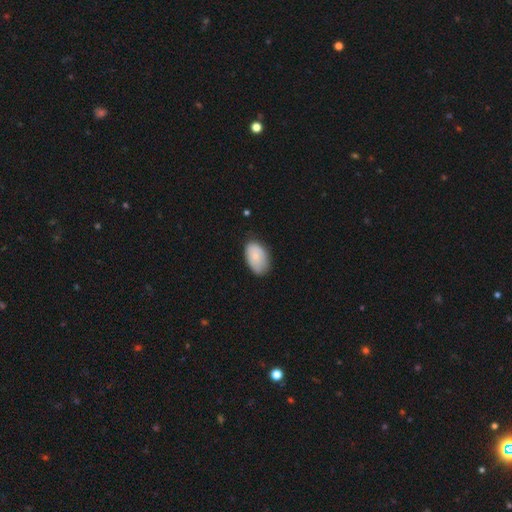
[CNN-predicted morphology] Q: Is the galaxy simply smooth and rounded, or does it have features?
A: smooth — 77%.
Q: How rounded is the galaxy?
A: in between — 92%.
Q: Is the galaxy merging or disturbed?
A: none — 74%.